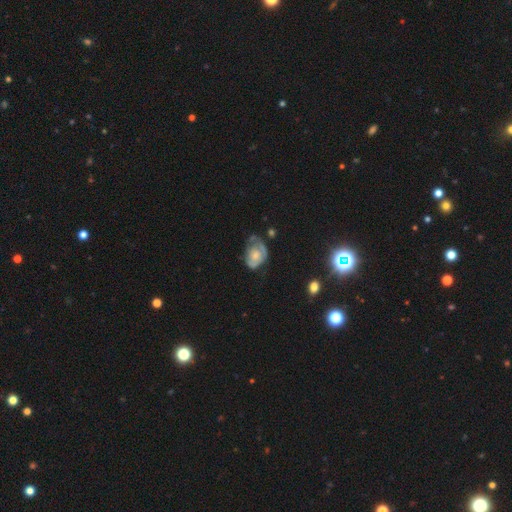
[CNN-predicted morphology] smooth_or_featured: featured or disk (p=0.54) [alt: smooth p=0.38]
disk_edge_on: no (p=0.96) [alt: yes p=0.04]
bar: no (p=0.83) [alt: weak p=0.14]
has_spiral_arms: yes (p=0.58) [alt: no p=0.42]
bulge_size: moderate (p=0.42) [alt: small p=0.35]
merging: none (p=0.35) [alt: minor disturbance p=0.34]